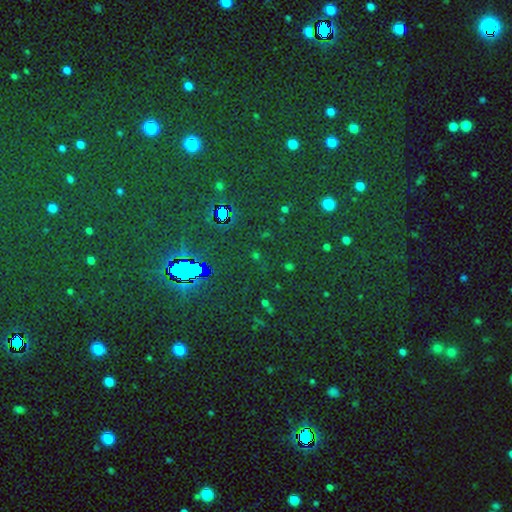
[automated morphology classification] A star or artifact, not a galaxy (79%).

Vote fractions:
- Smooth or featured? star or artifact: 79% / smooth: 13% / featured or disk: 8%